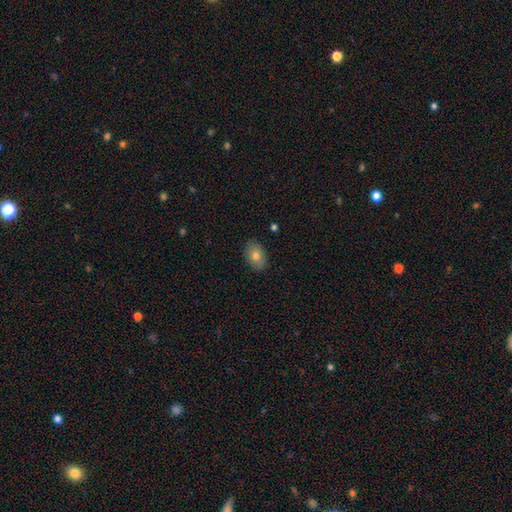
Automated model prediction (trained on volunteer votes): Smooth or featured? Predicted: smooth (p=0.78). How rounded? Predicted: in between (p=0.84). Merging? Predicted: none (p=0.88).